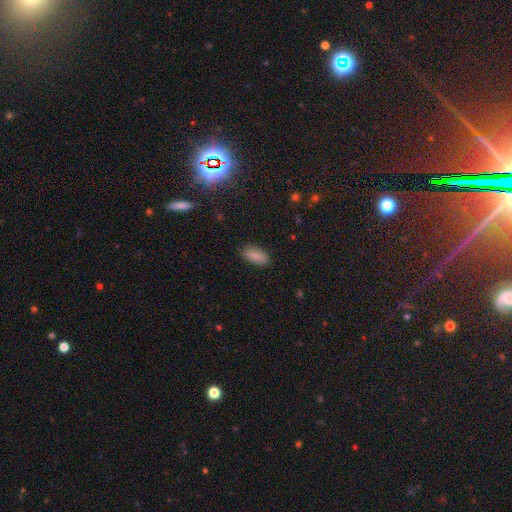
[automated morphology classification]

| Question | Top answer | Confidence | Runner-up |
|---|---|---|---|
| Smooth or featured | smooth | 88% | star or artifact (8%) |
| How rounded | in between | 90% | cigar-shaped (8%) |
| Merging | none | 87% | minor disturbance (10%) |